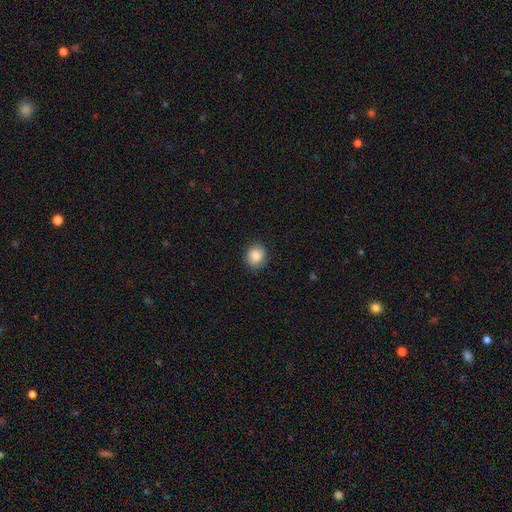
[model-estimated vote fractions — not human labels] Smooth or featured? Predicted: smooth (p=0.85). How rounded? Predicted: round (p=0.71). Merging? Predicted: none (p=0.84).